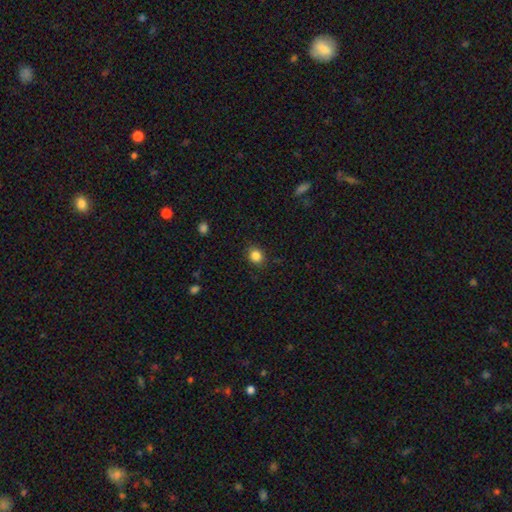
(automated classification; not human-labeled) This is clearly a smooth galaxy (85%). How rounded: likely round (75%). Merging: clearly none (88%).